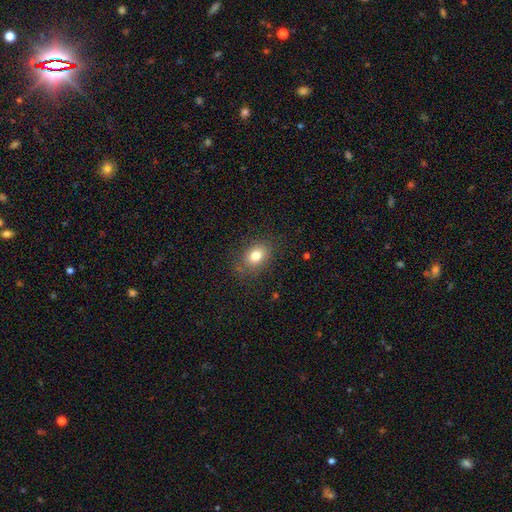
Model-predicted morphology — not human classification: smooth_or_featured: smooth (p=0.80) [alt: star or artifact p=0.10]
how_rounded: in between (p=0.69) [alt: round p=0.30]
merging: none (p=0.82) [alt: minor disturbance p=0.13]